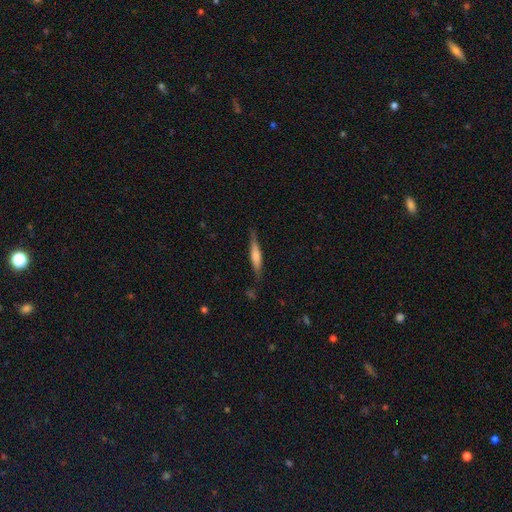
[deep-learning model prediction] Smooth or featured? smooth (54%)
How rounded? cigar-shaped (86%)
Merging? none (80%)